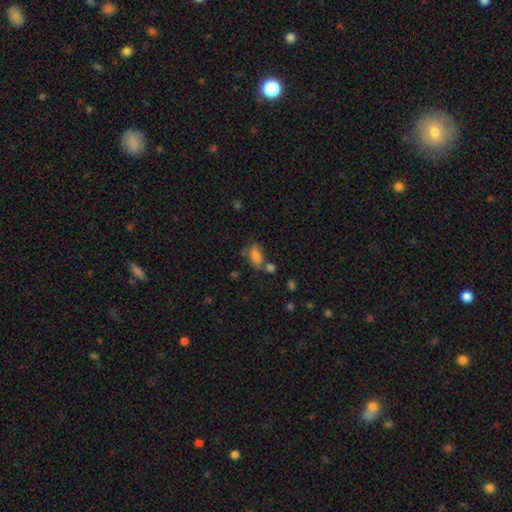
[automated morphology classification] A smooth galaxy with no disk features (76%) that is in between round and cigar-shaped (87%).

Vote fractions:
- Smooth or featured? smooth: 76% / featured or disk: 13% / star or artifact: 11%
- How rounded? in between: 87% / round: 9% / cigar-shaped: 4%
- Merging? none: 38% / merger: 28% / minor disturbance: 21% / major disturbance: 13%